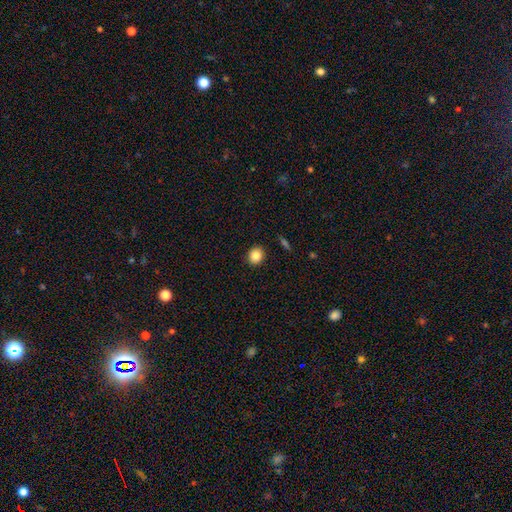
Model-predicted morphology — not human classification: Overall: smooth (85%). How rounded: round (67%; in between 32%). Merging: none (90%).